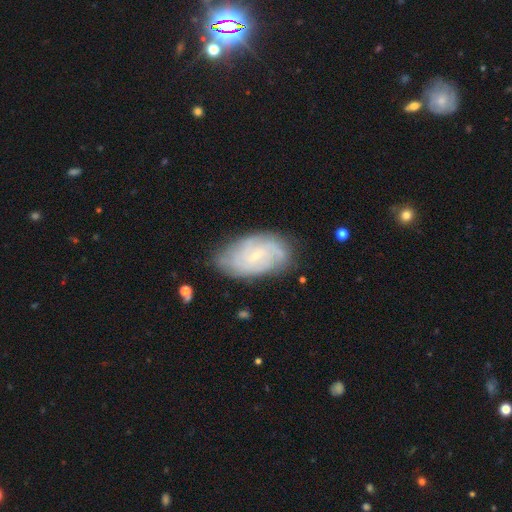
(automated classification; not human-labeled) Q: Smooth or featured?
A: featured or disk (74%); runner-up: smooth (19%)
Q: Edge-on disk?
A: no (96%); runner-up: yes (4%)
Q: Bar?
A: no (52%); runner-up: weak (41%)
Q: Spiral arms?
A: yes (91%); runner-up: no (9%)
Q: Spiral winding?
A: tight (58%); runner-up: medium (32%)
Q: Spiral arm count?
A: can't tell (43%); runner-up: 2 (19%)
Q: Bulge size?
A: small (80%); runner-up: moderate (14%)
Q: Merging?
A: none (72%); runner-up: minor disturbance (20%)